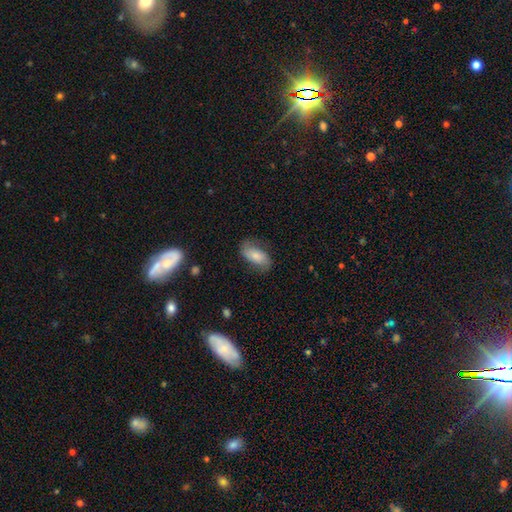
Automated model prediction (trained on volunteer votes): This is likely a smooth galaxy (61%). How rounded: clearly in between (91%). Merging: likely none (69%).